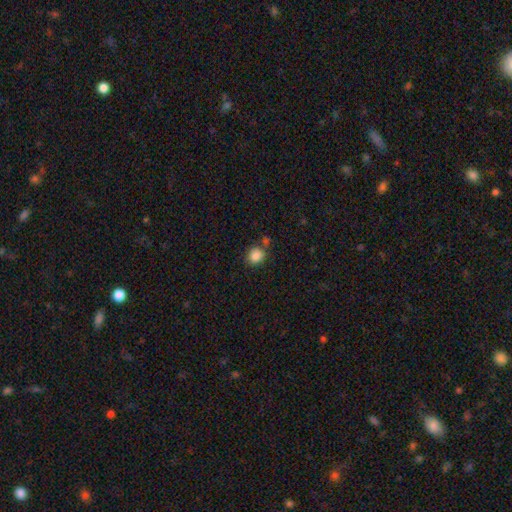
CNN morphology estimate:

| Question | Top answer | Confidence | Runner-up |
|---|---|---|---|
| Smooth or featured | smooth | 86% | star or artifact (10%) |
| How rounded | round | 73% | in between (26%) |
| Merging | none | 72% | minor disturbance (13%) |